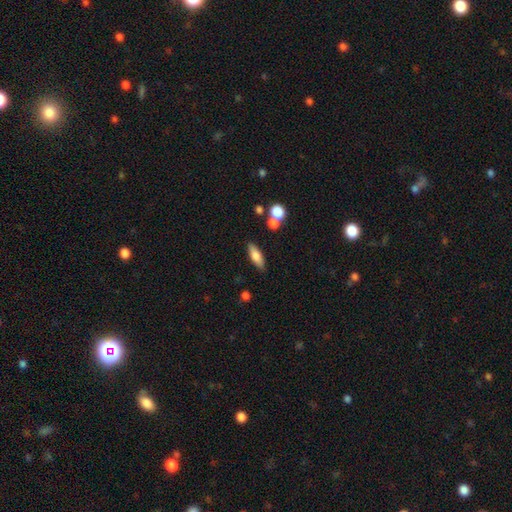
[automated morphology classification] smooth 71%, featured or disk 21%, star or artifact 7%. Down the decision tree: how rounded — in between (63%); merging — none (82%).